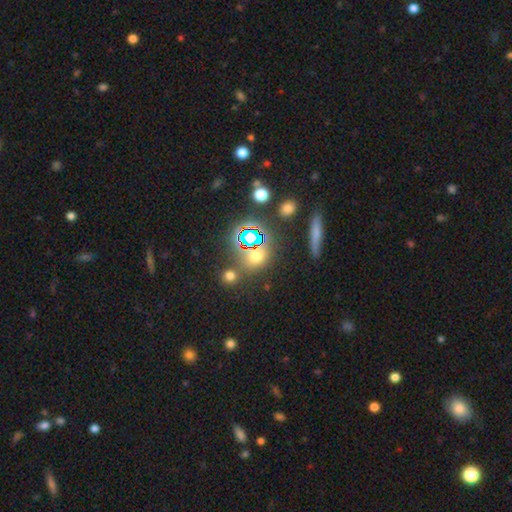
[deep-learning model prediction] This appears to be a smooth galaxy with no disk features (53%) that is round (69%). Merging: none (73%).